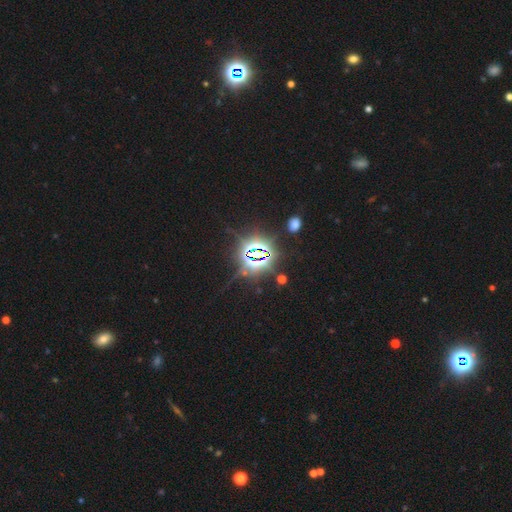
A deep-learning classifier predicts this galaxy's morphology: This appears to be a star or artifact, not a galaxy (85%).